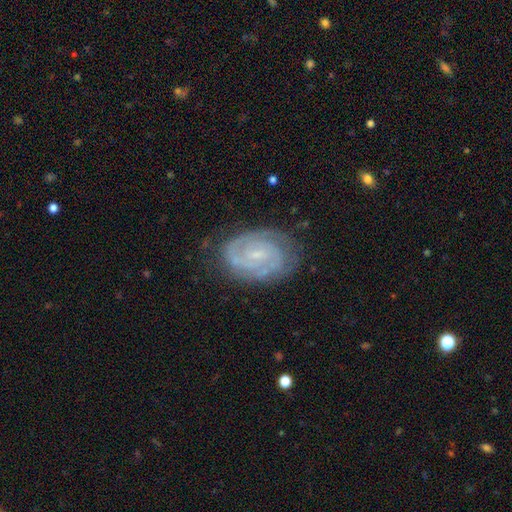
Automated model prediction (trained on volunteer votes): A featured or disk galaxy (85%) with a weak bar (44%, tied with no), 2 (68%) tight (66%) spiral arms (97%) and a small central bulge (76%).

Vote fractions:
- Smooth or featured? featured or disk: 85% / smooth: 9% / star or artifact: 6%
- Edge-on disk? no: 97% / yes: 3%
- Bar? weak: 44% (tied) / no: 44% (tied) / strong: 12%
- Spiral arms? yes: 97% / no: 3%
- Spiral winding? tight: 66% / medium: 29% / loose: 5%
- Spiral arm count? 2: 68% / can't tell: 12% / 3: 10% / 4: 3% / 1: 3% / more than 4: 3%
- Bulge size? small: 76% / moderate: 13% / none: 9% / large: 1% / dominant: 1%
- Merging? none: 78% / minor disturbance: 15% / major disturbance: 5% / merger: 1%